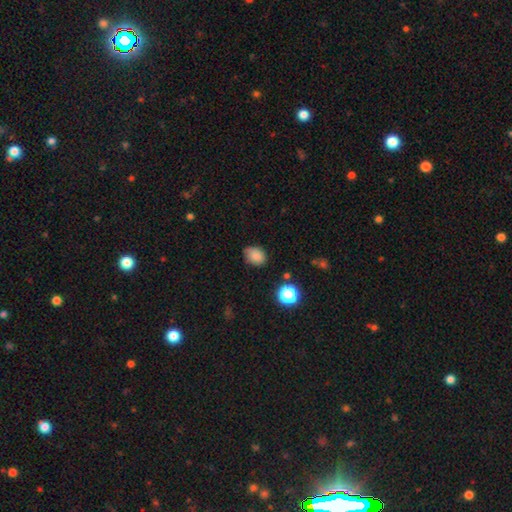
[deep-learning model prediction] Smooth or featured? smooth (83%)
How rounded? in between (59%)
Merging? none (68%)